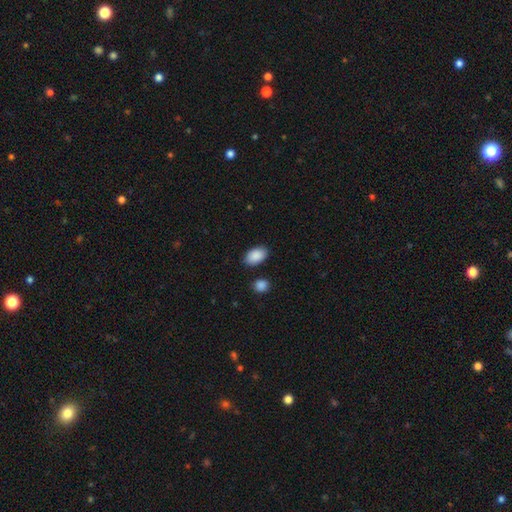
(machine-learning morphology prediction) Overall: smooth (90%). How rounded: in between (92%). Merging: none (84%).